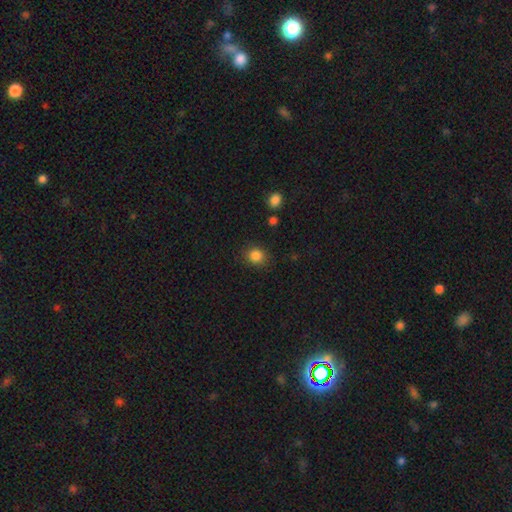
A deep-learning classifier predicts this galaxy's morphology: Smooth or featured? Predicted: smooth (p=0.85). How rounded? Predicted: round (p=0.78). Merging? Predicted: none (p=0.84).